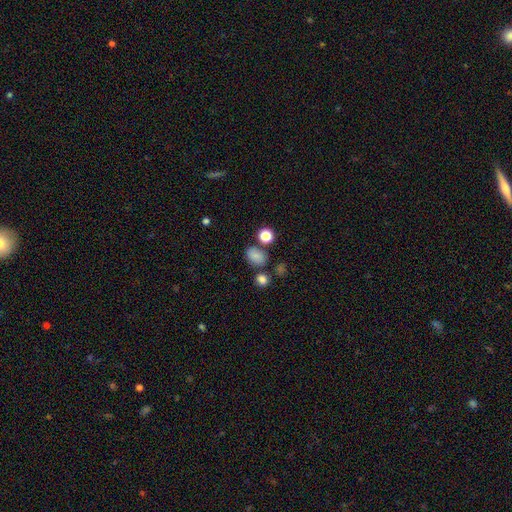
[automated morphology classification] Smooth or featured? smooth (78%)
How rounded? in between (68%)
Merging? none (69%)